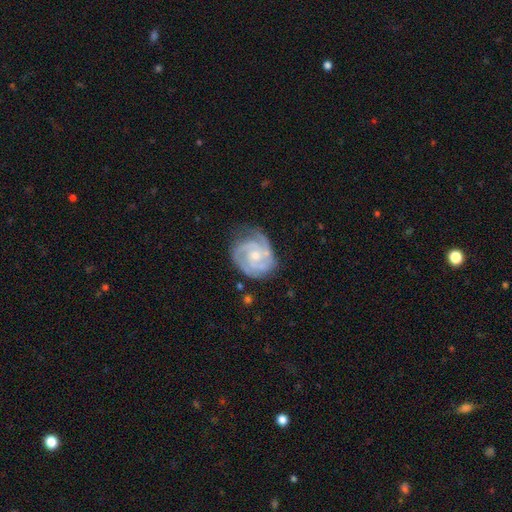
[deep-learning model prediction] A featured or disk galaxy (89%) with no bar (66%), 3 (44%) tight (66%) spiral arms (98%) and a moderate central bulge (48%). Merging: none (69%).